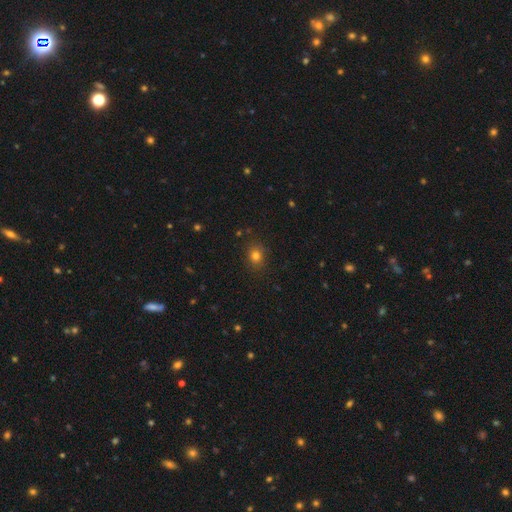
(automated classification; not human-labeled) Q: Smooth or featured?
A: smooth (78%); runner-up: star or artifact (15%)
Q: How rounded?
A: round (65%); runner-up: in between (34%)
Q: Merging?
A: none (86%); runner-up: minor disturbance (9%)